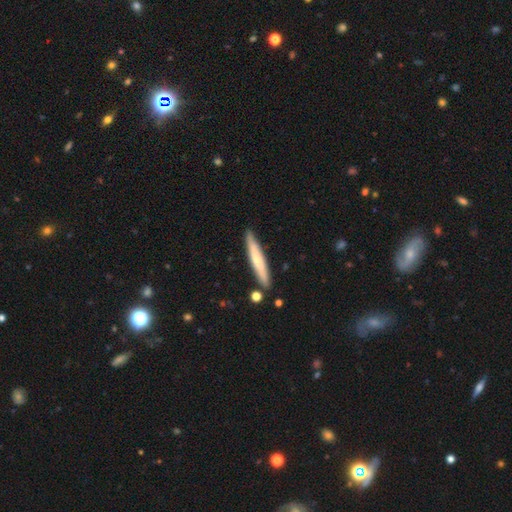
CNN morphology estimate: Q: Smooth or featured?
A: smooth (53%); runner-up: featured or disk (40%)
Q: How rounded?
A: cigar-shaped (94%); runner-up: in between (4%)
Q: Merging?
A: none (87%); runner-up: minor disturbance (9%)